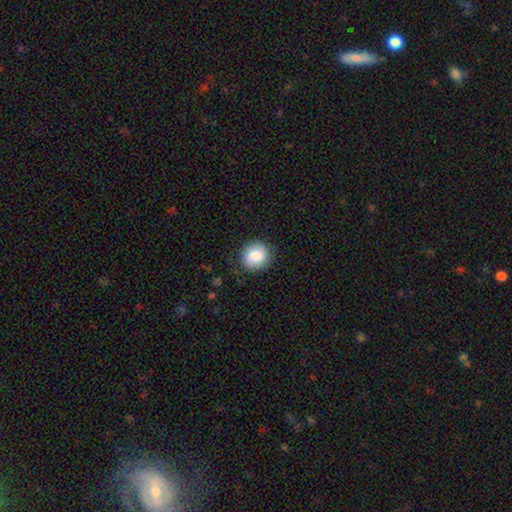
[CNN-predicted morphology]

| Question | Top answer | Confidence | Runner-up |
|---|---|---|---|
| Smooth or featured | smooth | 82% | featured or disk (10%) |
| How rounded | round | 84% | in between (15%) |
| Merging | none | 84% | minor disturbance (11%) |